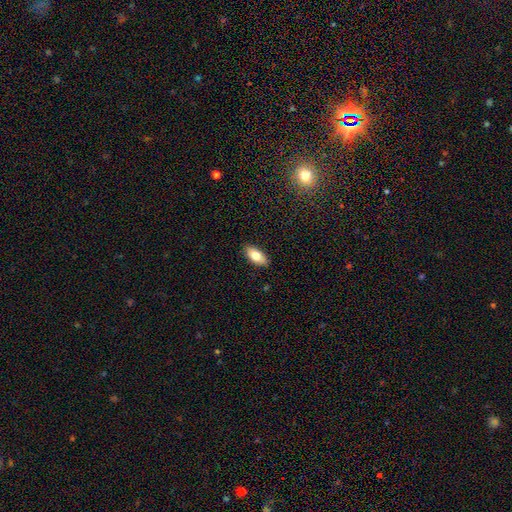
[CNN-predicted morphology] A smooth galaxy with no disk features (77%) that is in between round and cigar-shaped (88%). Merging: none (88%).